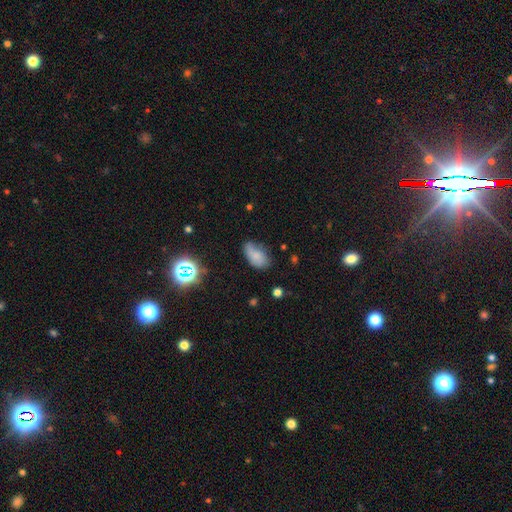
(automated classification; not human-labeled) Smooth or featured?
  - smooth: 73% *
  - featured or disk: 14%
  - star or artifact: 13%
How rounded?
  - in between: 92% *
  - round: 6%
  - cigar-shaped: 3%
Merging?
  - none: 49% *
  - minor disturbance: 35%
  - major disturbance: 12%
  - merger: 4%